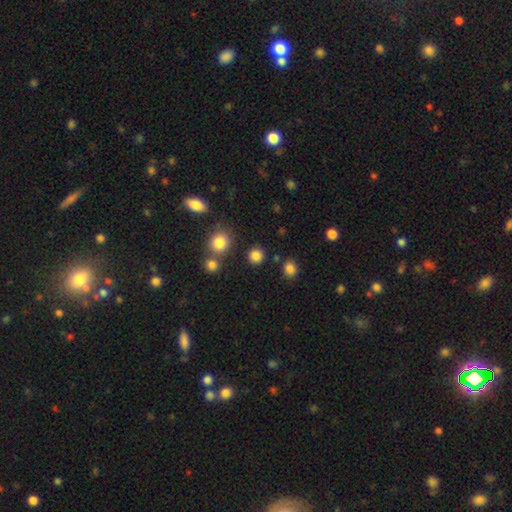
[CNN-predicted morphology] A smooth galaxy with no disk features (83%) that is round (90%).

Vote fractions:
- Smooth or featured? smooth: 83% / star or artifact: 12% / featured or disk: 4%
- How rounded? round: 90% / in between: 9% / cigar-shaped: 1%
- Merging? none: 85% / minor disturbance: 7% / merger: 5% / major disturbance: 3%